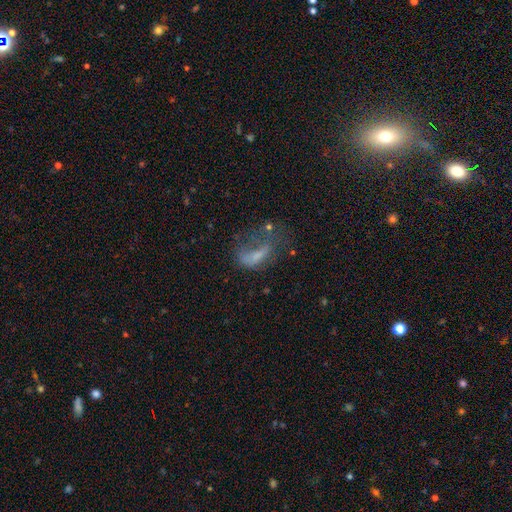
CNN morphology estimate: smooth_or_featured: smooth (p=0.47) [alt: featured or disk p=0.38]
merging: major disturbance (p=0.54) [alt: none p=0.22]